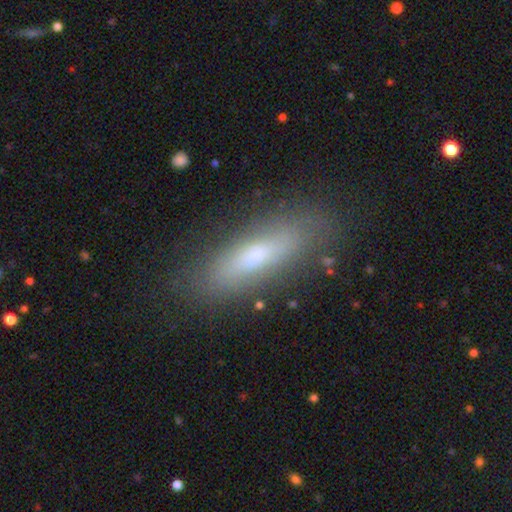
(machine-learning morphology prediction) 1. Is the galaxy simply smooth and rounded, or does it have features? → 61% smooth, 30% featured or disk, 8% star or artifact.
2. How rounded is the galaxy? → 61% cigar-shaped, 37% in between, 2% round.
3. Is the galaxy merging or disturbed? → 81% none, 13% minor disturbance, 4% major disturbance, 2% merger.